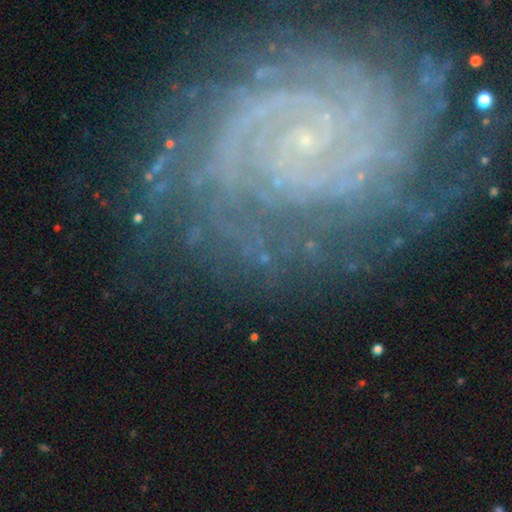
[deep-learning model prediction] featured or disk 76%, star or artifact 16%, smooth 9%. Down the decision tree: edge-on disk — no (96%); bar — no (60%); spiral arms — yes (96%); spiral arm count — can't tell (27%); spiral winding — tight (80%); bulge size — small (78%); merging — none (76%).